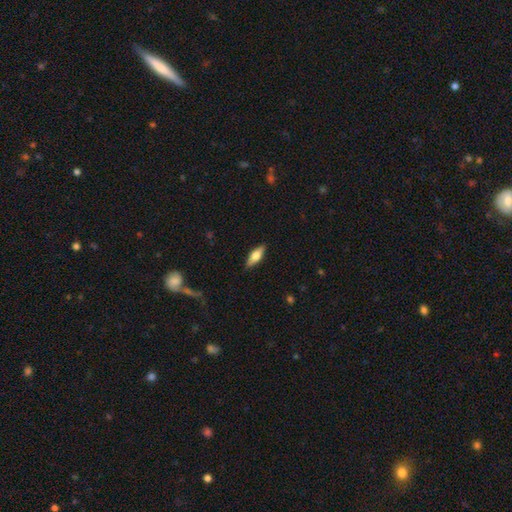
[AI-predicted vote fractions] smooth 61%, featured or disk 33%, star or artifact 6%. Down the decision tree: how rounded — in between (63%); merging — none (88%).